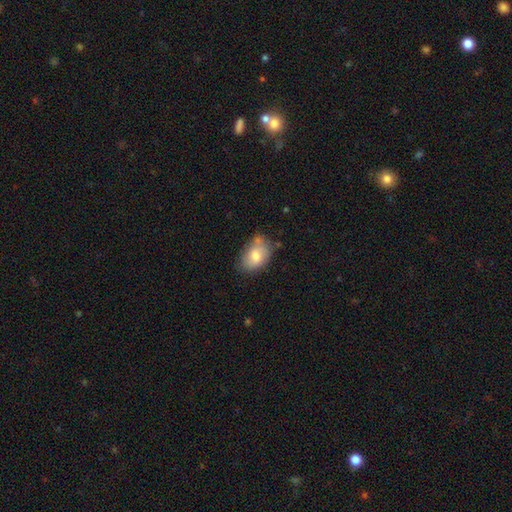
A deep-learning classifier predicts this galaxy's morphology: Q: Smooth or featured?
A: smooth (73%); runner-up: featured or disk (20%)
Q: How rounded?
A: in between (85%); runner-up: round (14%)
Q: Merging?
A: none (57%); runner-up: minor disturbance (28%)